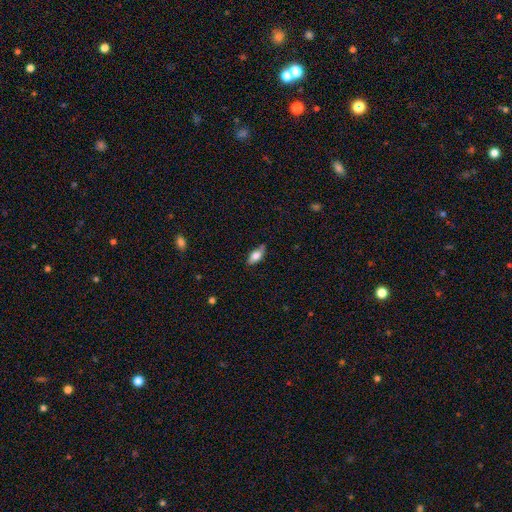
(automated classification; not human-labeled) smooth_or_featured: smooth (p=0.75) [alt: featured or disk p=0.18]
how_rounded: in between (p=0.84) [alt: cigar-shaped p=0.12]
merging: none (p=0.75) [alt: minor disturbance p=0.20]